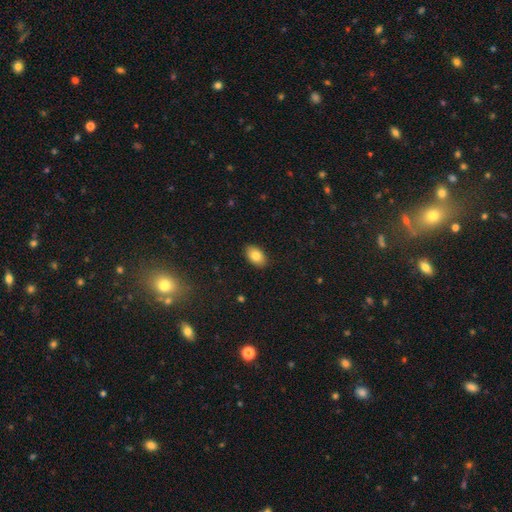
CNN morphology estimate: Smooth or featured? smooth (82%)
How rounded? in between (91%)
Merging? none (89%)